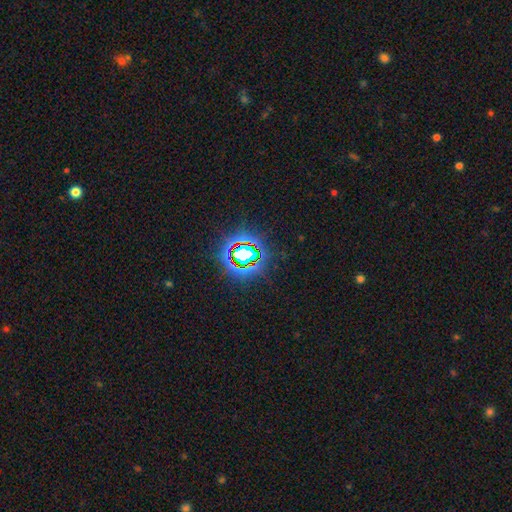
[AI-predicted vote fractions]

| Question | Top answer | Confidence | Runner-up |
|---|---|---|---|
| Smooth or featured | star or artifact | 79% | smooth (13%) |